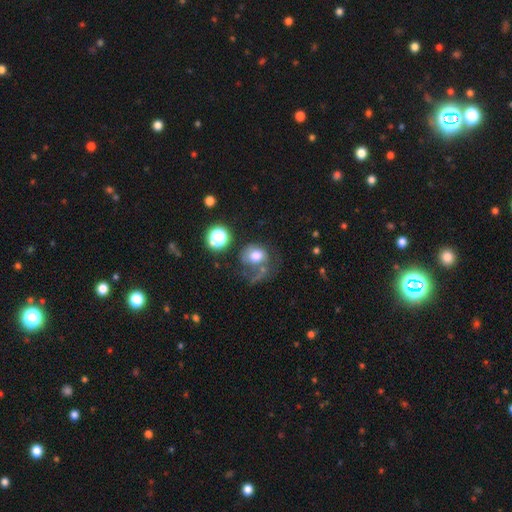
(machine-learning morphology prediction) type=smooth (56%); roundness=round (59%); merging=major disturbance (40%).